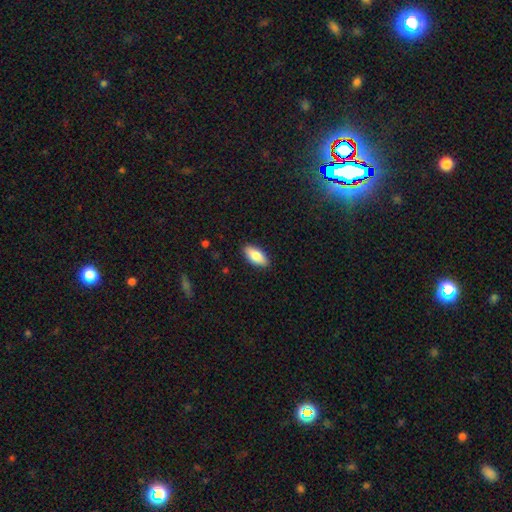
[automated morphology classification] A smooth galaxy with no disk features (82%) that is in between round and cigar-shaped (89%). Merging: none (88%).